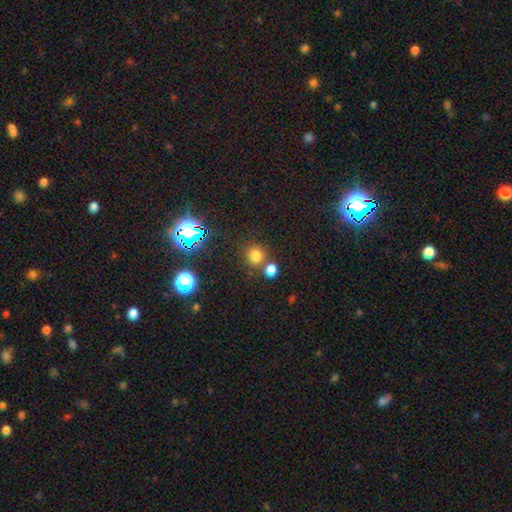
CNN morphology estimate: A smooth galaxy with no disk features (74%) that is round (89%).

Vote fractions:
- Smooth or featured? smooth: 74% / star or artifact: 21% / featured or disk: 6%
- How rounded? round: 89% / in between: 10% / cigar-shaped: 1%
- Merging? none: 70% / merger: 18% / minor disturbance: 8% / major disturbance: 3%